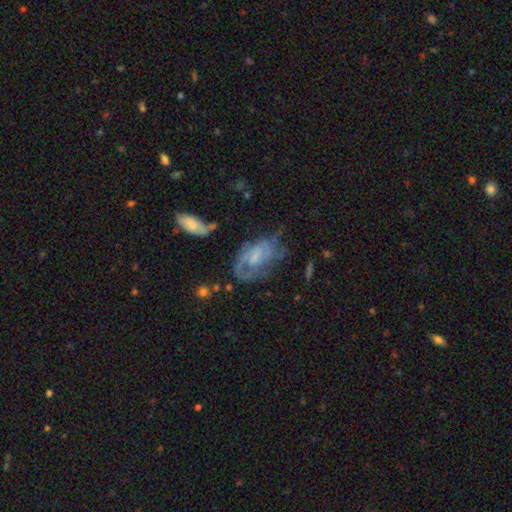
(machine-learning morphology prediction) smooth_or_featured: featured or disk (p=0.65) [alt: smooth p=0.24]
disk_edge_on: no (p=0.95) [alt: yes p=0.05]
bar: no (p=0.61) [alt: weak p=0.32]
has_spiral_arms: yes (p=0.70) [alt: no p=0.30]
bulge_size: small (p=0.38) [alt: moderate p=0.28]
merging: none (p=0.44) [alt: major disturbance p=0.27]